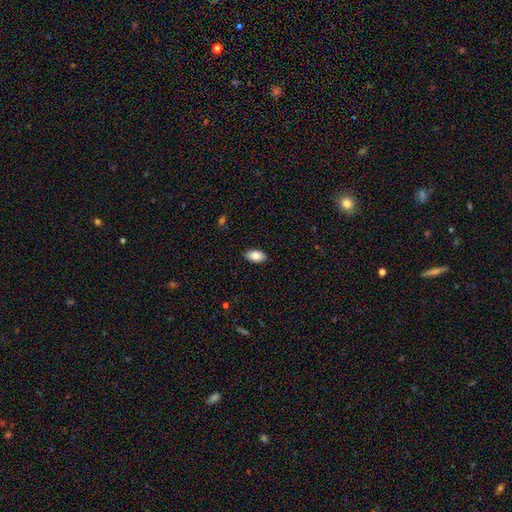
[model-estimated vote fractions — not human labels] This is clearly a smooth galaxy (85%). How rounded: clearly in between (94%). Merging: clearly none (88%).